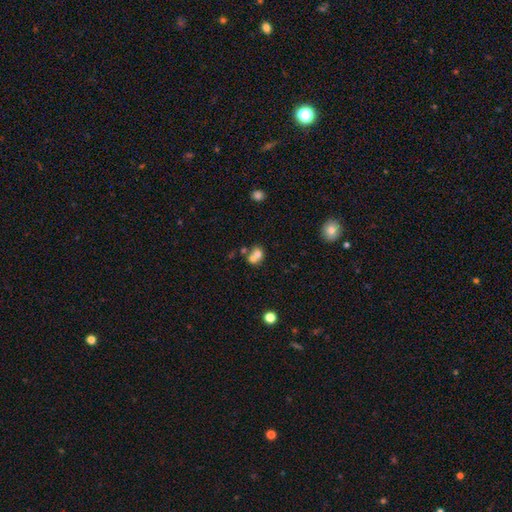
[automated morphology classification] Smooth or featured: smooth — 67% (featured or disk — 21%)
How rounded: round — 66% (in between — 33%)
Merging: merger — 64% (none — 26%)